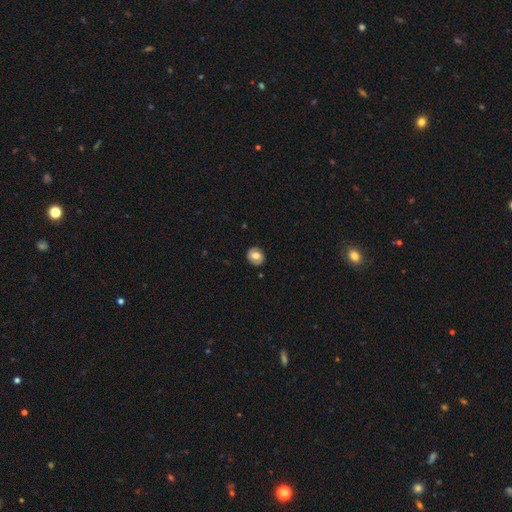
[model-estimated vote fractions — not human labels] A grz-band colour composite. It shows a smooth galaxy with no disk features (58%) that is round (75%). Merging: none (86%).